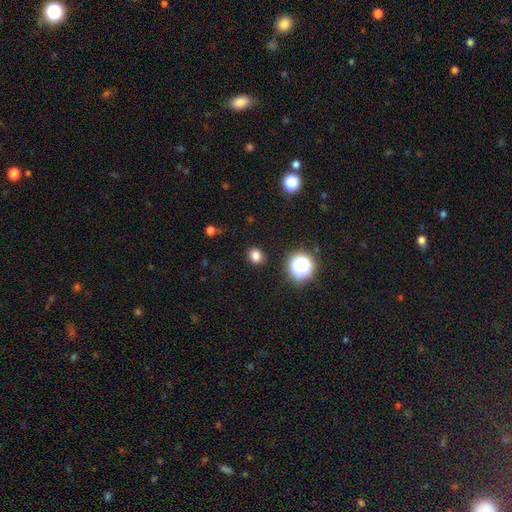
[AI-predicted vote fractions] A smooth galaxy with no disk features (80%) that is round (72%). Merging: none (89%).